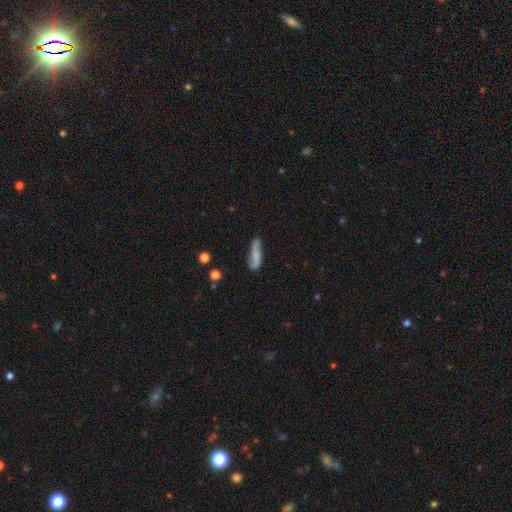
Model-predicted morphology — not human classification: This is possibly a smooth galaxy (53%). How rounded: likely cigar-shaped (62%). Merging: possibly none (56%).